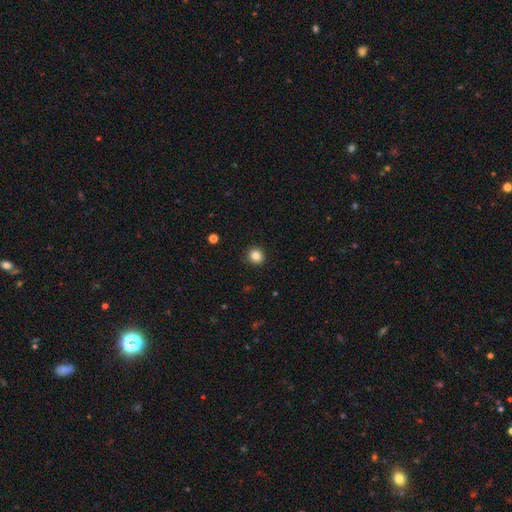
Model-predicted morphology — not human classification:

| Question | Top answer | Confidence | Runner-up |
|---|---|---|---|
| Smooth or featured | smooth | 84% | star or artifact (11%) |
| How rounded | round | 82% | in between (17%) |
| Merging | none | 91% | minor disturbance (6%) |